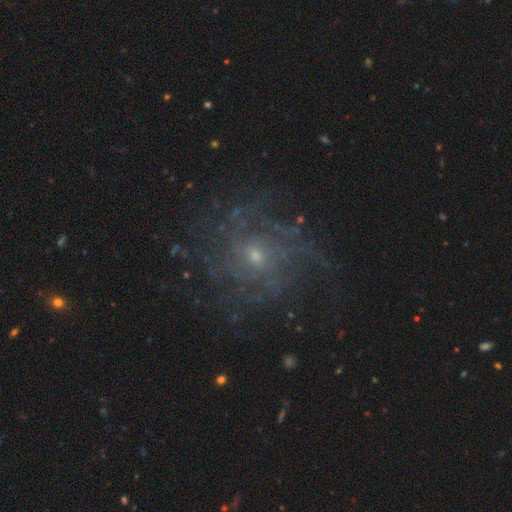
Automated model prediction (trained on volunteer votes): Smooth or featured: featured or disk — 77% (star or artifact — 13%)
Edge-on disk: no — 97% (yes — 3%)
Bar: no — 71% (weak — 25%)
Spiral arms: yes — 87% (no — 13%)
Spiral winding: tight — 44% (medium — 36%)
Spiral arm count: can't tell — 40% (more than 4 — 19%)
Bulge size: small — 68% (moderate — 28%)
Merging: none — 69% (minor disturbance — 15%)